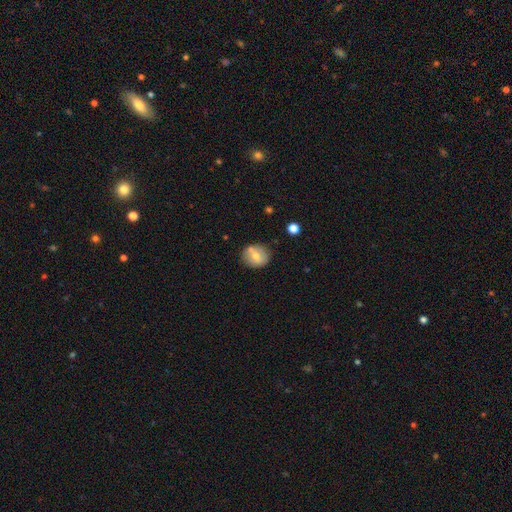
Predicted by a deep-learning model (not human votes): The model was most divided on "smooth or featured": smooth: 65%, featured or disk: 26%, star or artifact: 9%. More confident: how rounded — round (75%); merging — none (73%).